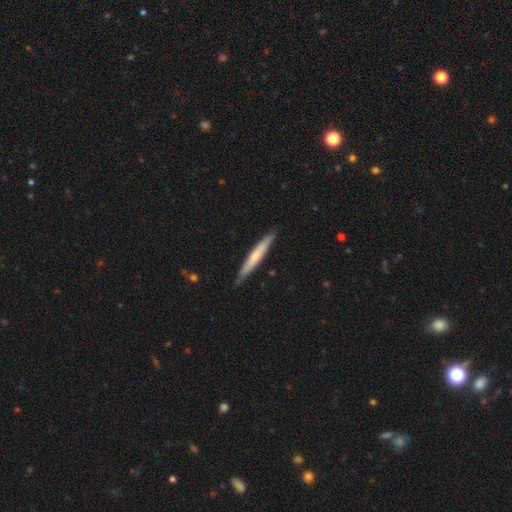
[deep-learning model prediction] A smooth galaxy with no disk features (54%) that is cigar-shaped (96%).

Vote fractions:
- Smooth or featured? smooth: 54% / featured or disk: 41% / star or artifact: 5%
- How rounded? cigar-shaped: 96% / in between: 3% / round: 1%
- Merging? none: 87% / minor disturbance: 10% / major disturbance: 1% / merger: 1%